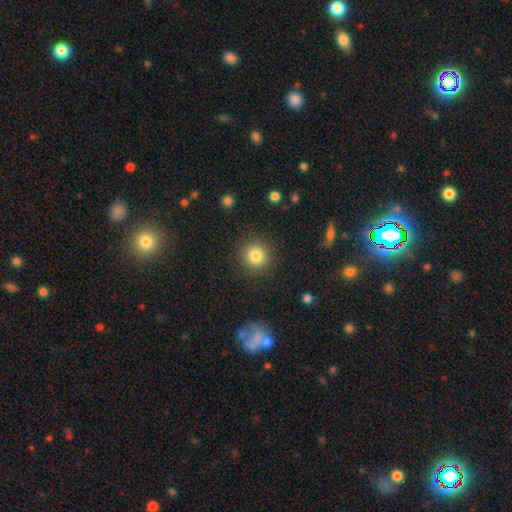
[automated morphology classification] A smooth galaxy with no disk features (82%) that is round (92%). Merging: none (89%).